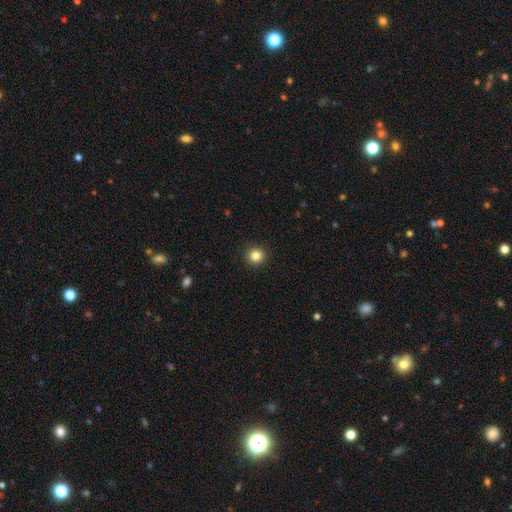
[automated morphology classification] A smooth galaxy with no disk features (84%) that is round (92%).

Vote fractions:
- Smooth or featured? smooth: 84% / star or artifact: 11% / featured or disk: 5%
- How rounded? round: 92% / in between: 7% / cigar-shaped: 1%
- Merging? none: 93% / minor disturbance: 5% / major disturbance: 2% / merger: 1%